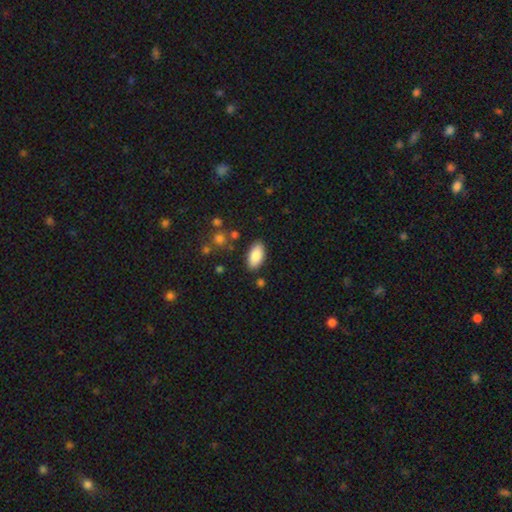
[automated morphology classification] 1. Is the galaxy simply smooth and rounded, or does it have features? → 87% smooth, 7% featured or disk, 7% star or artifact.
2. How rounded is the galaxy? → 92% in between, 6% cigar-shaped, 2% round.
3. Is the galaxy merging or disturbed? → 86% none, 10% minor disturbance, 2% major disturbance, 2% merger.